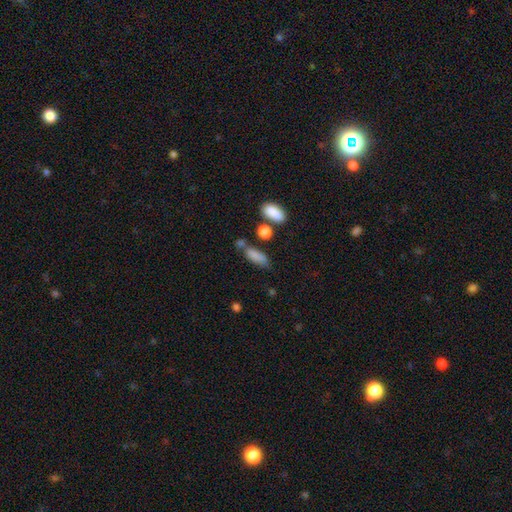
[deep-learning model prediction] Smooth or featured: smooth — 82% (featured or disk — 10%)
How rounded: in between — 67% (cigar-shaped — 28%)
Merging: none — 55% (minor disturbance — 21%)